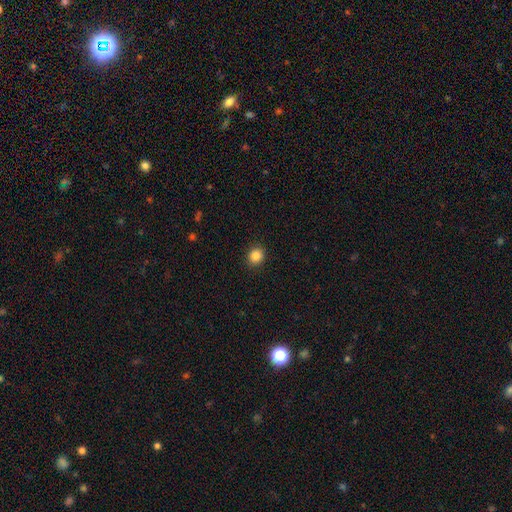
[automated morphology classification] Overall: smooth (86%). How rounded: round (77%). Merging: none (90%).